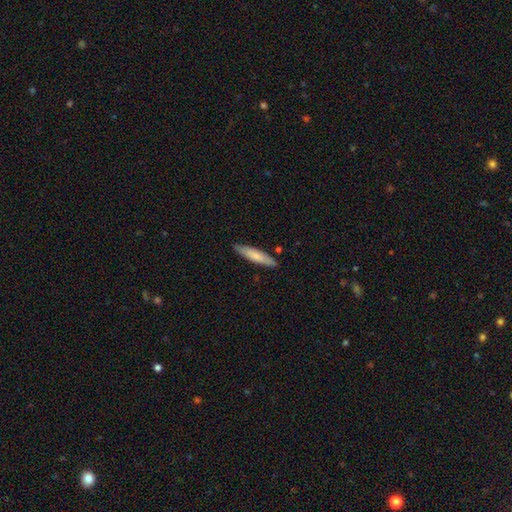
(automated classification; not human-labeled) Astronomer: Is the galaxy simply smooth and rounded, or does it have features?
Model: smooth — 72%.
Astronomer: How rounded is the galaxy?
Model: cigar-shaped — 83%.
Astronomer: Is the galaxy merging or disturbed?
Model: none — 87%.